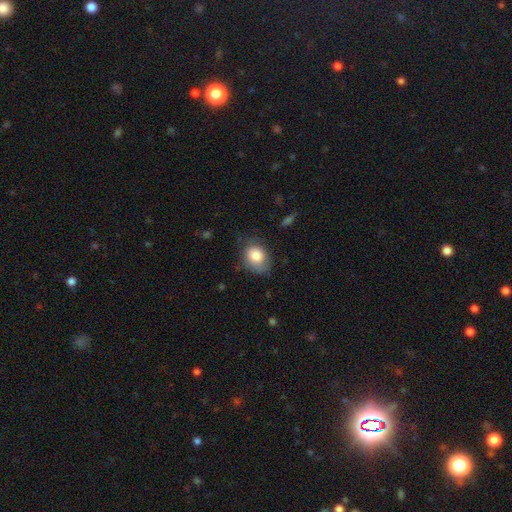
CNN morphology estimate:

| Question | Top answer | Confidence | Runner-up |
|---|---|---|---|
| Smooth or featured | smooth | 82% | featured or disk (10%) |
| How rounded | in between | 54% | round (45%) |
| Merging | none | 59% | minor disturbance (29%) |